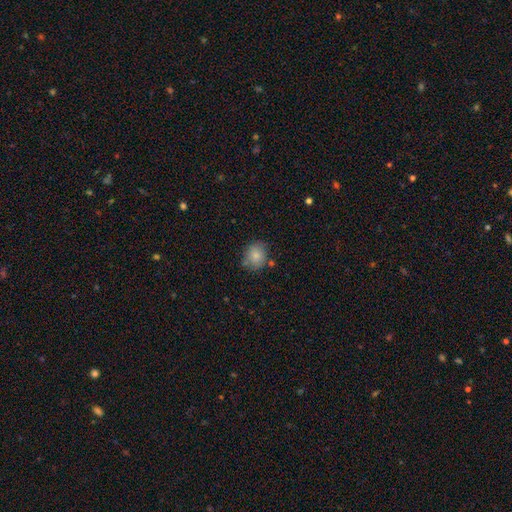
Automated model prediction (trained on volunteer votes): Morphology: type=smooth (82%); roundness=round (66%); merging=none (72%).